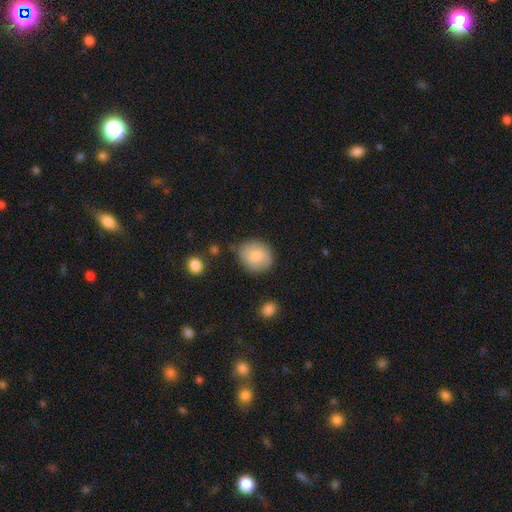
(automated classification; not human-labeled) Smooth or featured: smooth — 77% (featured or disk — 16%)
How rounded: round — 66% (in between — 33%)
Merging: none — 72% (minor disturbance — 20%)